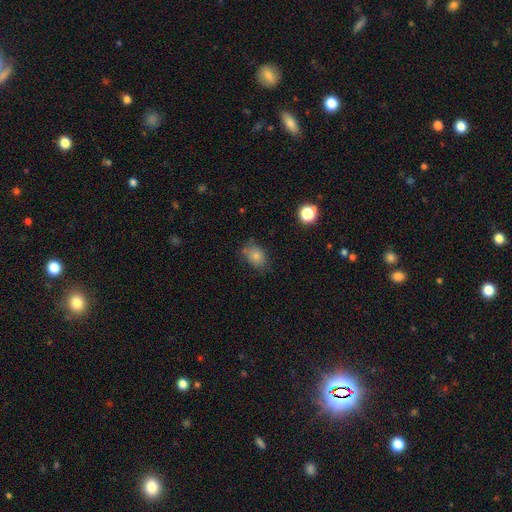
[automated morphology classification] Smooth or featured? smooth (78%)
How rounded? in between (72%)
Merging? none (61%)